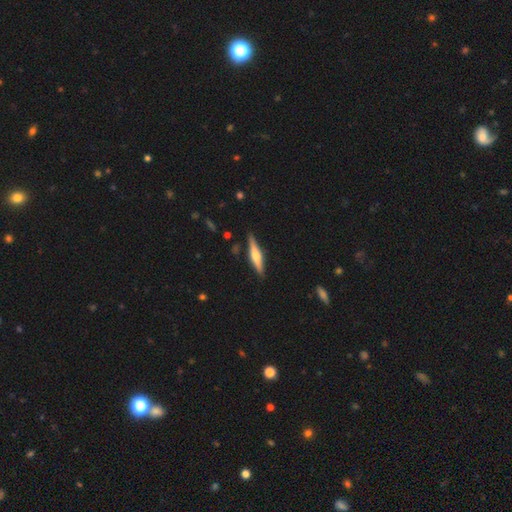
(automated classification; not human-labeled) This is likely a featured or disk galaxy (63%). It is clearly viewed edge-on (97%). Edge-on bulge: clearly rounded (89%). Merging: clearly none (88%).